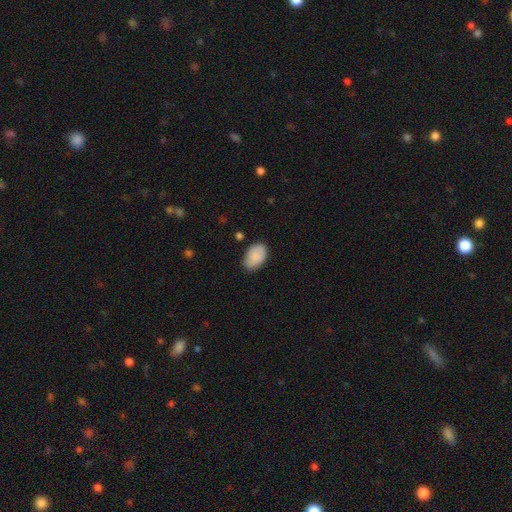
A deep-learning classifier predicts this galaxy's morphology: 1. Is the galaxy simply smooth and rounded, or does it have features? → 86% smooth, 7% featured or disk, 6% star or artifact.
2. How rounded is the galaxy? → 90% in between, 9% round, 1% cigar-shaped.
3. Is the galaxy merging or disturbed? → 72% none, 22% minor disturbance, 4% major disturbance, 2% merger.